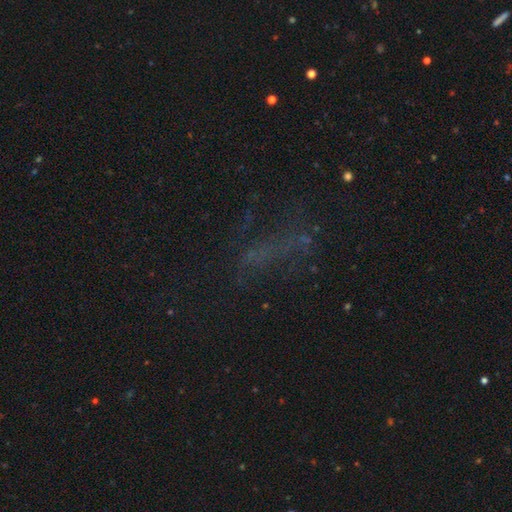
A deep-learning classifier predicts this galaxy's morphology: Smooth or featured? star or artifact (45%)